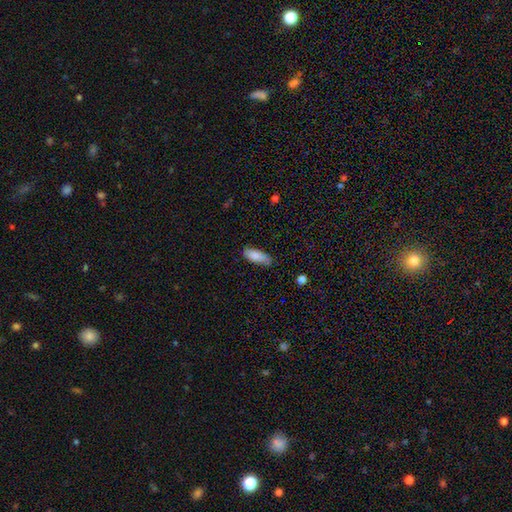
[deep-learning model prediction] Smooth or featured? Predicted: smooth (p=0.85). How rounded? Predicted: in between (p=0.70). Merging? Predicted: none (p=0.73).